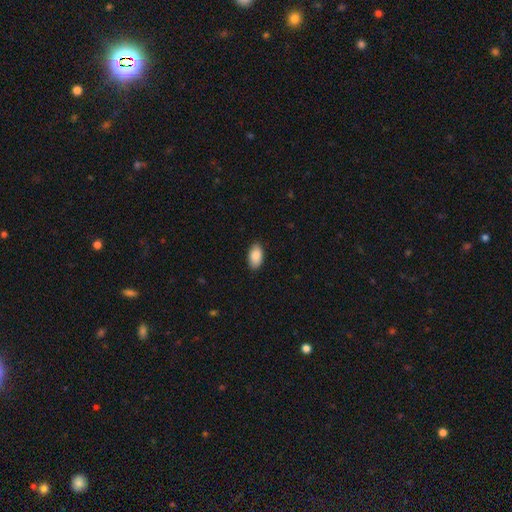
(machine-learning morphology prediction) smooth 89%, star or artifact 6%, featured or disk 5%. Down the decision tree: how rounded — in between (95%); merging — none (87%).